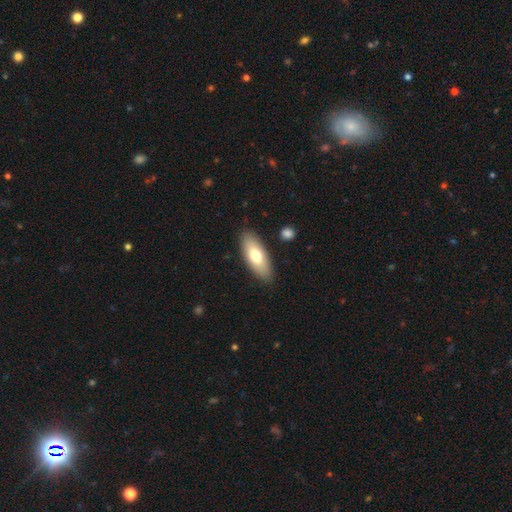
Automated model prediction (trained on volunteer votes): A smooth galaxy with no disk features (70%) that is in between round and cigar-shaped (77%). Merging: none (87%).